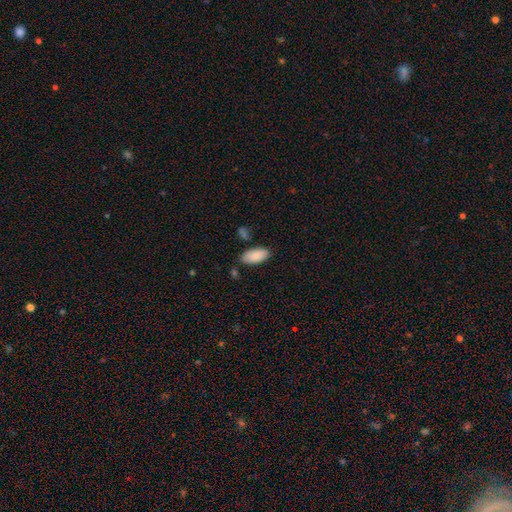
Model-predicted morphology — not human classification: Smooth or featured? Predicted: smooth (p=0.88). How rounded? Predicted: in between (p=0.93). Merging? Predicted: none (p=0.79).